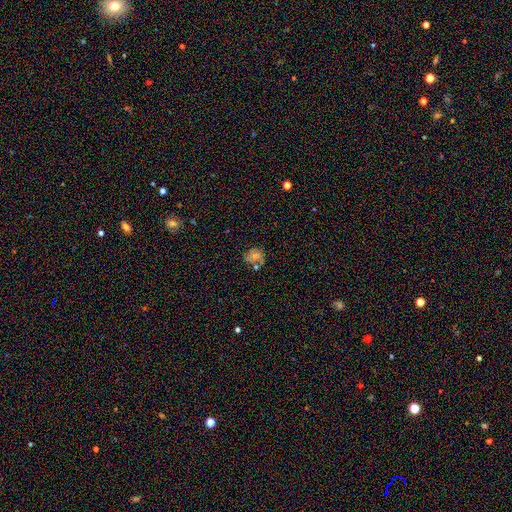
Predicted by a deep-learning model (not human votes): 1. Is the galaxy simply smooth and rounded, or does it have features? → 45% smooth, 33% star or artifact, 22% featured or disk.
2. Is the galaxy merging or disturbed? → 60% none, 20% minor disturbance, 11% major disturbance, 9% merger.